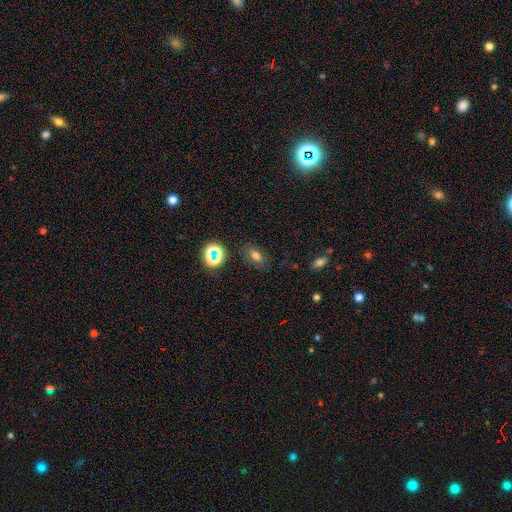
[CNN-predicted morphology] The model was most divided on "smooth or featured": smooth: 66%, star or artifact: 21%, featured or disk: 12%. More confident: how rounded — in between (81%); merging — none (80%).